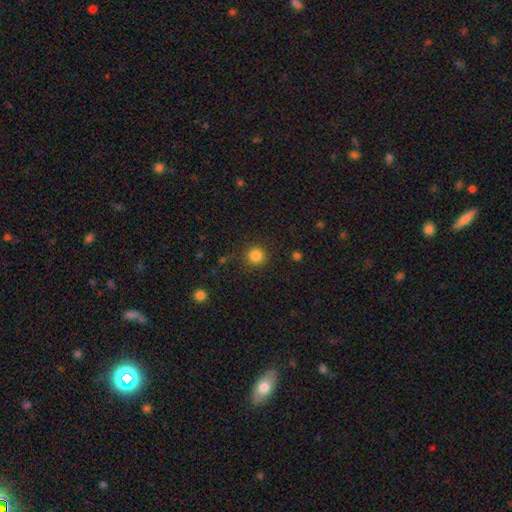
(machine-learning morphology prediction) Smooth or featured? Predicted: smooth (p=0.84). How rounded? Predicted: round (p=0.94). Merging? Predicted: none (p=0.88).